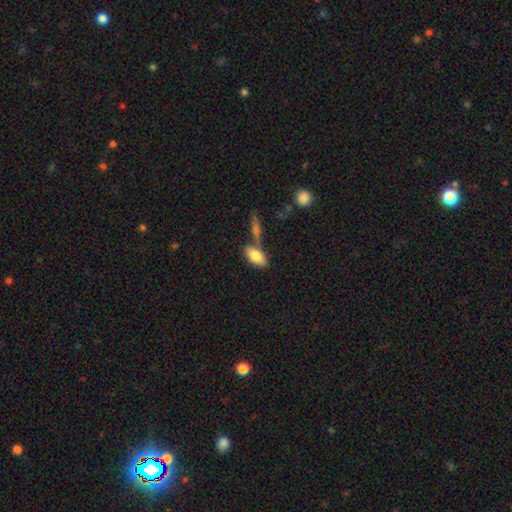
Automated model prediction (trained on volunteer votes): This is clearly a smooth galaxy (81%). How rounded: clearly in between (90%). Merging: possibly none (56%).